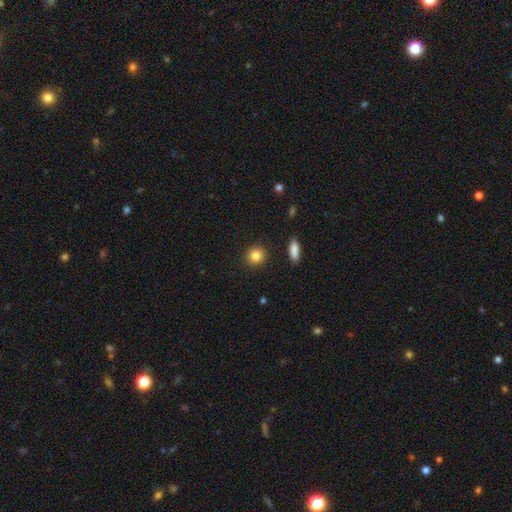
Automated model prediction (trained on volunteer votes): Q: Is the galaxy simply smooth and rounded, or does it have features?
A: smooth — 86%.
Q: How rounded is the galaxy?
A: round — 88%.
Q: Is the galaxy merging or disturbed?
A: none — 91%.